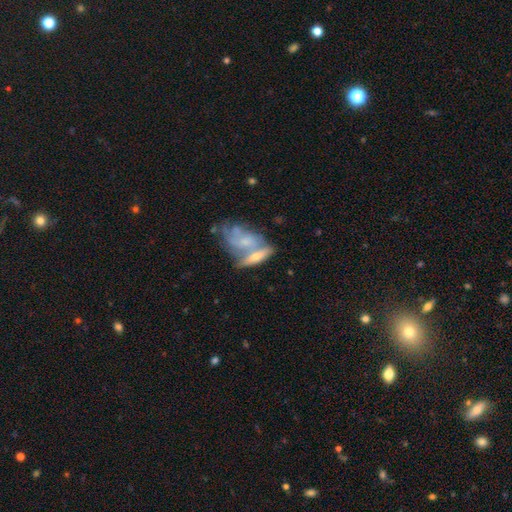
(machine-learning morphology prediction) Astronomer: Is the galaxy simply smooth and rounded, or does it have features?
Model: featured or disk — 56% (runner-up: smooth, 37%).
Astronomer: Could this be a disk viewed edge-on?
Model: no — 62% (runner-up: yes, 38%).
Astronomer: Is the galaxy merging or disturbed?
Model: merger — 50% (runner-up: none, 32%).